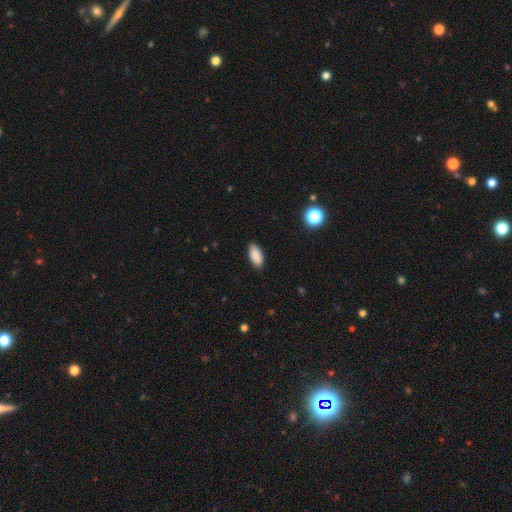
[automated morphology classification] The model was most divided on "merging": none: 88%, minor disturbance: 9%, major disturbance: 2%, merger: 1%. More confident: how rounded — in between (92%); smooth or featured — smooth (89%).